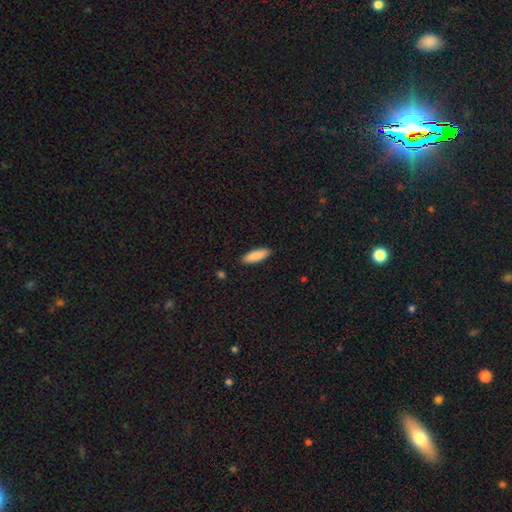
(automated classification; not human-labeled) smooth_or_featured: smooth (p=0.88) [alt: featured or disk p=0.06]
how_rounded: in between (p=0.53) [alt: cigar-shaped p=0.46]
merging: none (p=0.89) [alt: minor disturbance p=0.08]